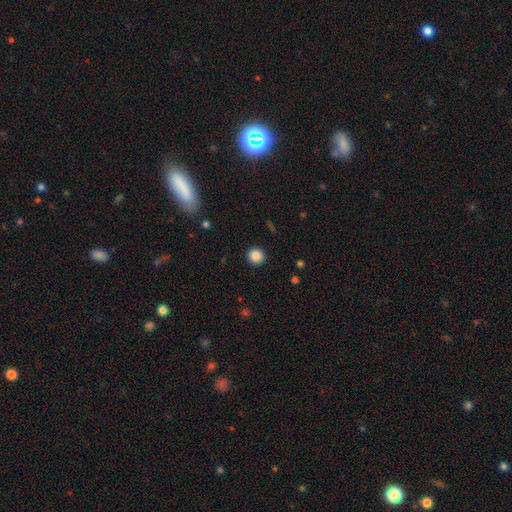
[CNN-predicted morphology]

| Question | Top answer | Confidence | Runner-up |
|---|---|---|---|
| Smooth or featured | smooth | 87% | star or artifact (10%) |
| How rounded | round | 90% | in between (9%) |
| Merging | none | 91% | minor disturbance (6%) |